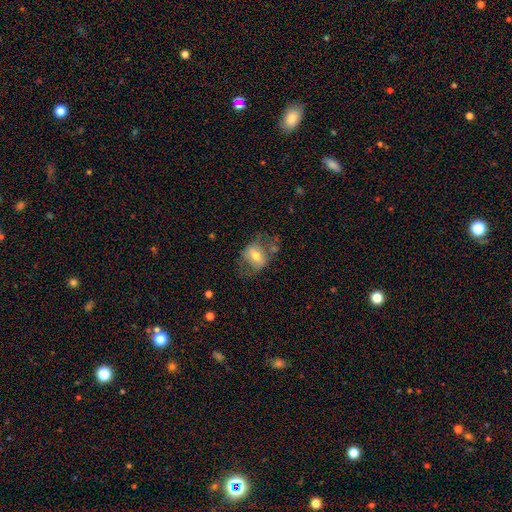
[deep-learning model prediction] The model was most divided on "smooth or featured": smooth: 47%, featured or disk: 45%, star or artifact: 8%. Remaining: merging — none (48%).